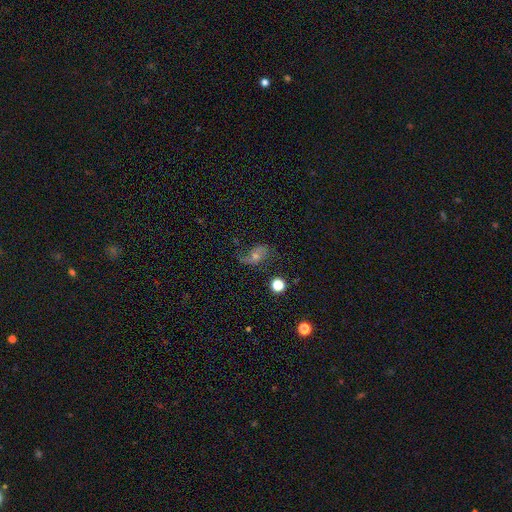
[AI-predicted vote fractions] smooth-or-featured: featured or disk: 68% | smooth: 18% | star or artifact: 14%
  disk-edge-on: no: 96% | yes: 4%
    bar: no: 68% | weak: 25% | strong: 7%
    has-spiral-arms: yes: 89% | no: 11%
      spiral-winding: loose: 62% | medium: 28% | tight: 10%
      spiral-arm-count: 2: 67% | 1: 24% | can't tell: 6% | 3: 1% | 4: 1% | more than 4: 1%
    bulge-size: small: 48% | moderate: 44% | none: 3% | large: 3% | dominant: 1%
  merging: none: 54% | minor disturbance: 22% | major disturbance: 22% | merger: 3%